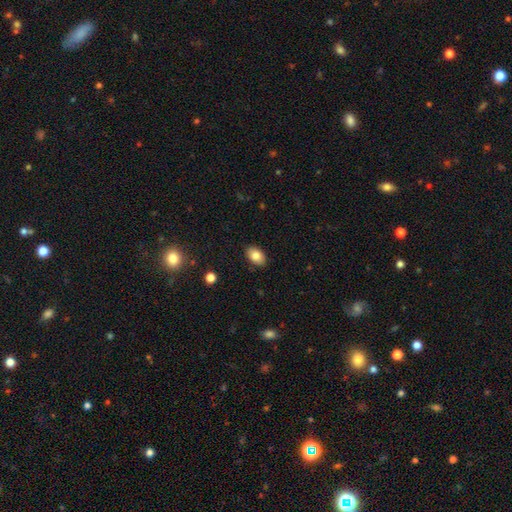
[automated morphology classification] Smooth or featured? Predicted: smooth (p=0.83). How rounded? Predicted: in between (p=0.90). Merging? Predicted: none (p=0.87).